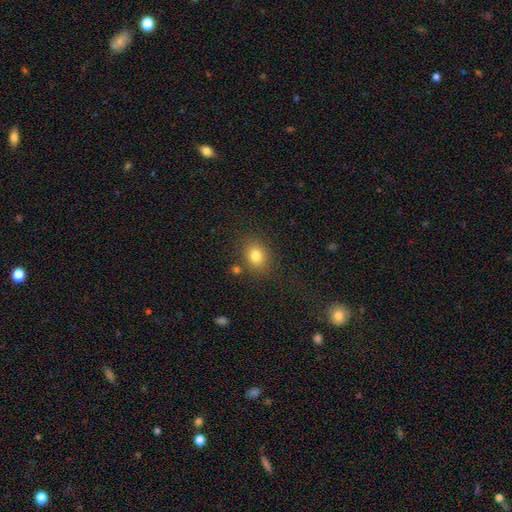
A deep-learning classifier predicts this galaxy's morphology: smooth_or_featured: smooth (p=0.80) [alt: star or artifact p=0.12]
how_rounded: in between (p=0.51) [alt: round p=0.48]
merging: none (p=0.79) [alt: minor disturbance p=0.12]